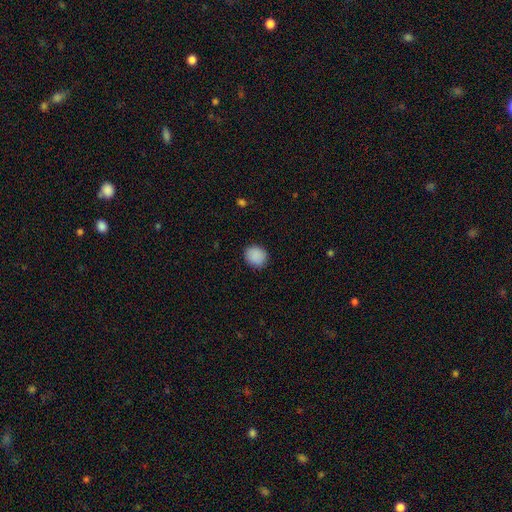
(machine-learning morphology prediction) A smooth galaxy with no disk features (89%) that is round (77%). Merging: none (88%).